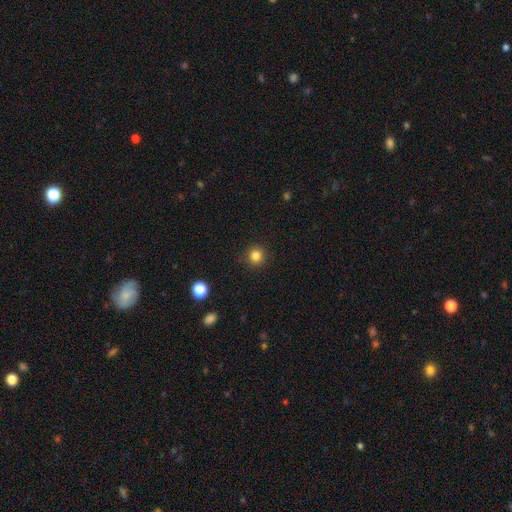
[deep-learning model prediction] Smooth or featured: smooth — 83% (star or artifact — 12%)
How rounded: round — 93% (in between — 6%)
Merging: none — 90% (minor disturbance — 6%)